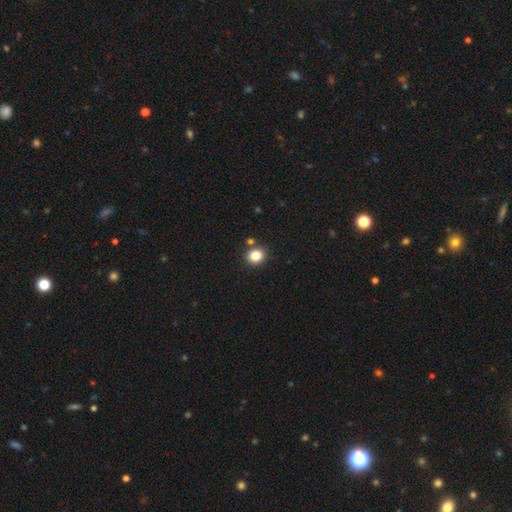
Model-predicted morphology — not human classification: The model was most divided on "how rounded": round: 77%, in between: 22%, cigar-shaped: 1%. More confident: merging — none (84%); smooth or featured — smooth (83%).